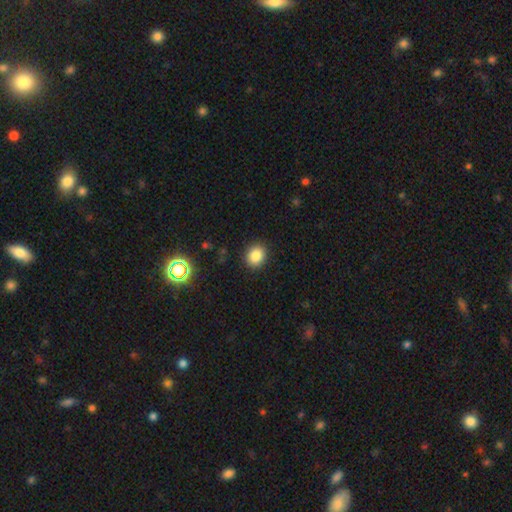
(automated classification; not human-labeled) Q: Smooth or featured?
A: smooth (84%); runner-up: star or artifact (11%)
Q: How rounded?
A: round (65%); runner-up: in between (34%)
Q: Merging?
A: none (89%); runner-up: minor disturbance (8%)